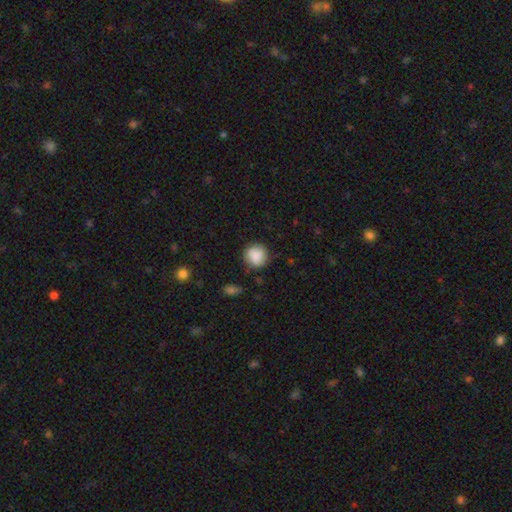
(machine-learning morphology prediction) smooth_or_featured: smooth (p=0.84) [alt: featured or disk p=0.08]
how_rounded: round (p=0.88) [alt: in between p=0.11]
merging: none (p=0.77) [alt: minor disturbance p=0.17]